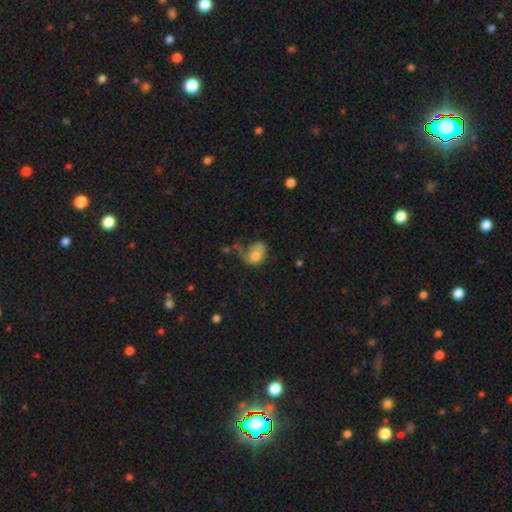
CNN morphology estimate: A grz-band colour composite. It shows a smooth galaxy with no disk features (66%) that is in between round and cigar-shaped (67%). Merging: major disturbance (46%).